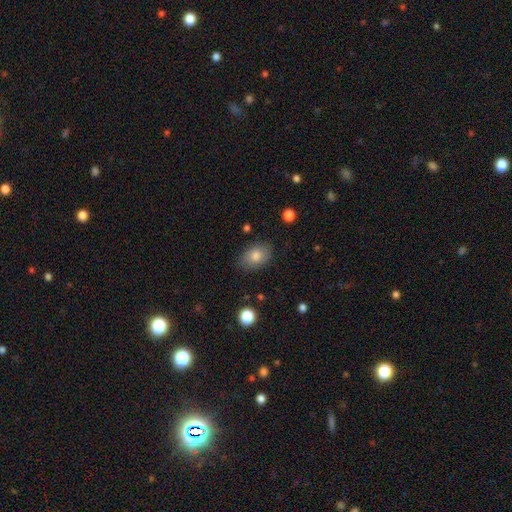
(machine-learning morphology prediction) Smooth or featured? Predicted: smooth (p=0.81). How rounded? Predicted: in between (p=0.81). Merging? Predicted: none (p=0.82).